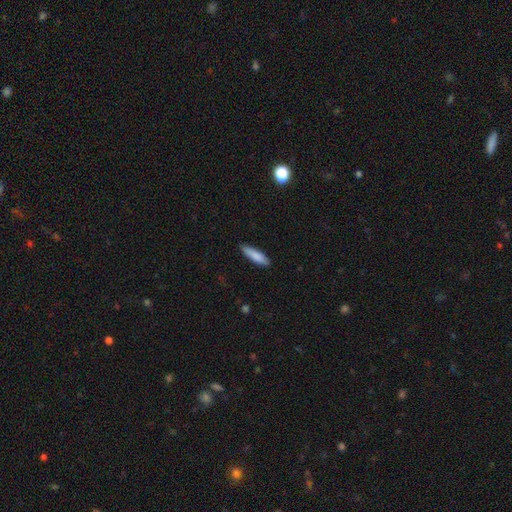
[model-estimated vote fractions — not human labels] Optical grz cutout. It shows a smooth galaxy with no disk features (85%) that is cigar-shaped (71%). Merging: none (84%).